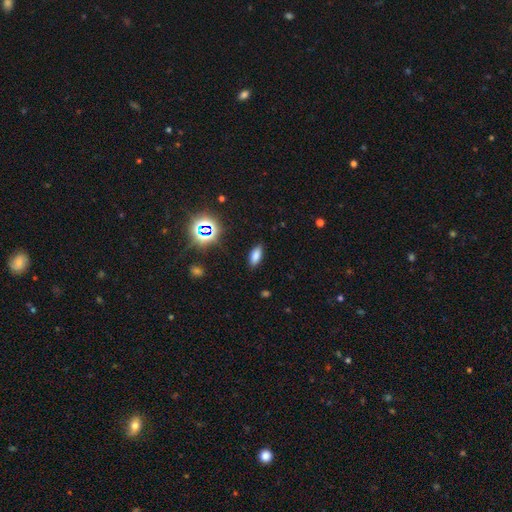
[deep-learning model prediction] A smooth galaxy with no disk features (75%) that is in between round and cigar-shaped (80%).

Vote fractions:
- Smooth or featured? smooth: 75% / star or artifact: 18% / featured or disk: 7%
- How rounded? in between: 80% / cigar-shaped: 16% / round: 4%
- Merging? none: 87% / minor disturbance: 9% / major disturbance: 3% / merger: 1%